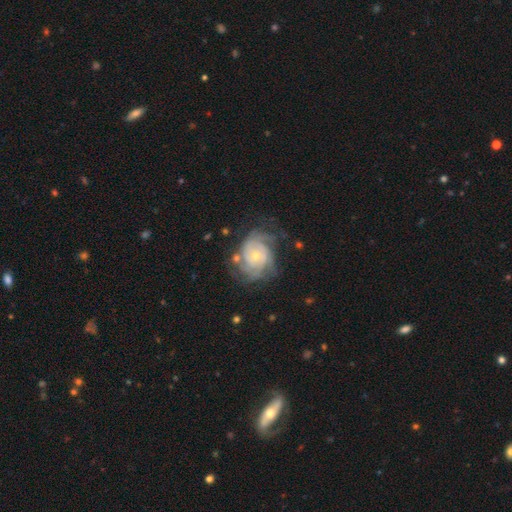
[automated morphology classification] Smooth or featured?
  - featured or disk: 85% *
  - smooth: 9%
  - star or artifact: 6%
Edge-on disk?
  - no: 98% *
  - yes: 2%
Bar?
  - no: 78% *
  - weak: 18%
  - strong: 4%
Spiral arms?
  - yes: 94% *
  - no: 6%
Spiral winding?
  - tight: 67% *
  - medium: 26%
  - loose: 7%
Spiral arm count?
  - can't tell: 34% *
  - 3: 22%
  - 4: 17%
  - 2: 14%
  - more than 4: 7%
  - 1: 6%
Bulge size?
  - small: 54% *
  - moderate: 42%
  - large: 2%
  - none: 1%
  - dominant: 1%
Merging?
  - none: 60% *
  - minor disturbance: 22%
  - major disturbance: 14%
  - merger: 4%